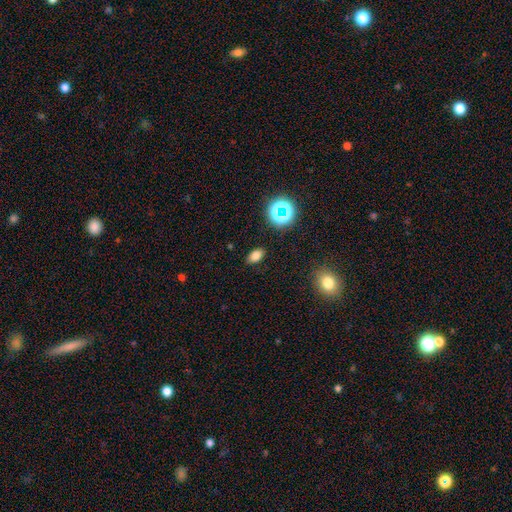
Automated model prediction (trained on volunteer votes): Smooth or featured? Predicted: smooth (p=0.76). How rounded? Predicted: in between (p=0.86). Merging? Predicted: none (p=0.87).